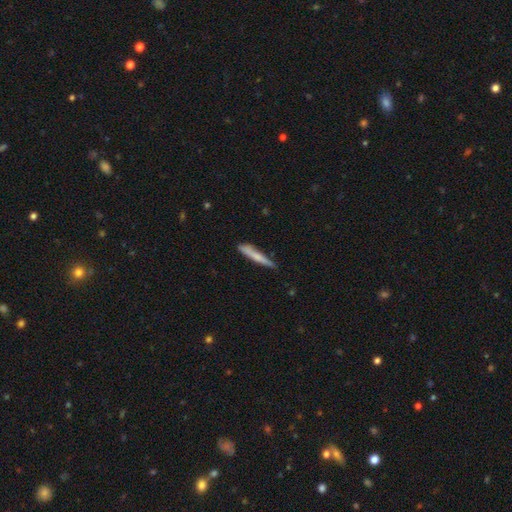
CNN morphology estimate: Smooth or featured? smooth (67%)
How rounded? cigar-shaped (94%)
Merging? none (74%)